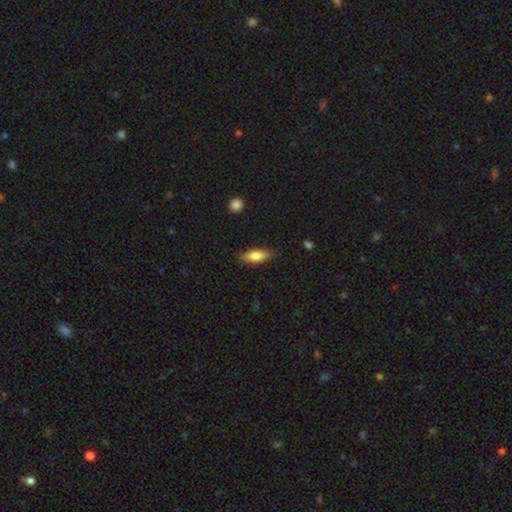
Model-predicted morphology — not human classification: A smooth galaxy with no disk features (78%) that is in between round and cigar-shaped (72%).

Vote fractions:
- Smooth or featured? smooth: 78% / featured or disk: 16% / star or artifact: 6%
- How rounded? in between: 72% / cigar-shaped: 26% / round: 3%
- Merging? none: 84% / minor disturbance: 12% / major disturbance: 3% / merger: 1%